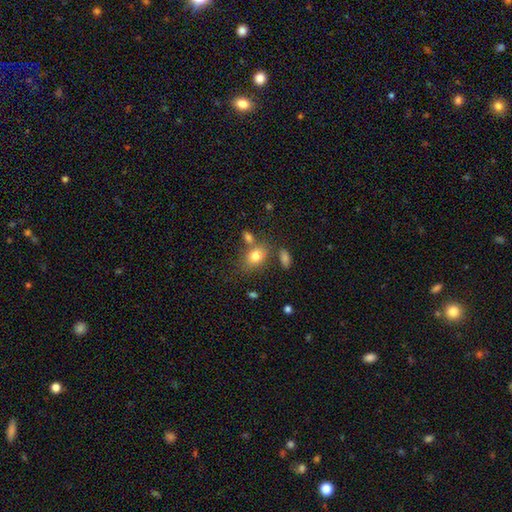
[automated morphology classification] Smooth or featured: smooth — 78% (featured or disk — 12%)
How rounded: in between — 76% (round — 23%)
Merging: none — 60% (merger — 19%)